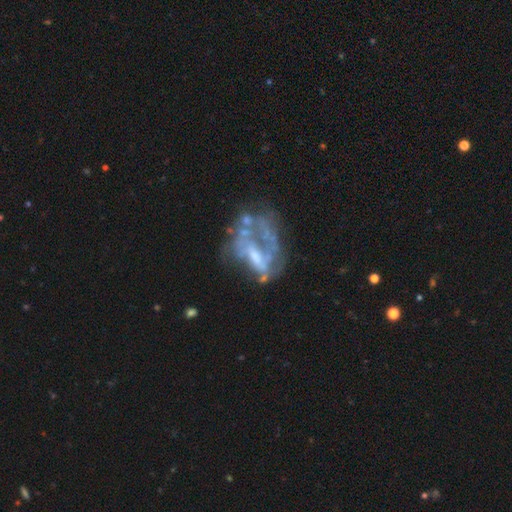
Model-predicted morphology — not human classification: A featured or disk galaxy (73%) with no bar (57%), no spiral arms (61%) and no central bulge (33%). Merging: major disturbance (38%).